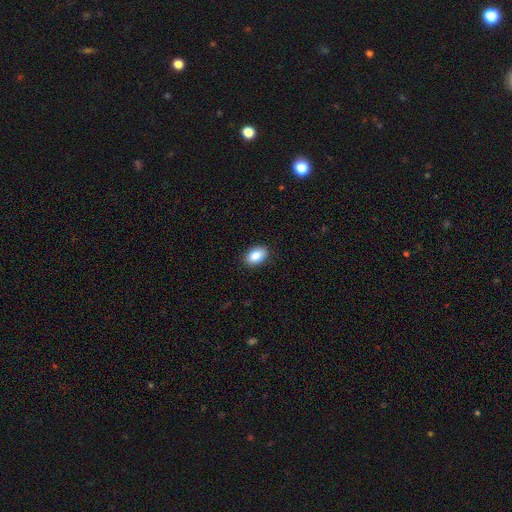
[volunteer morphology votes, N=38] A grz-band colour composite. It shows a smooth galaxy with no disk features (97%) that is in between round and cigar-shaped (97%). Merging: none (89%).